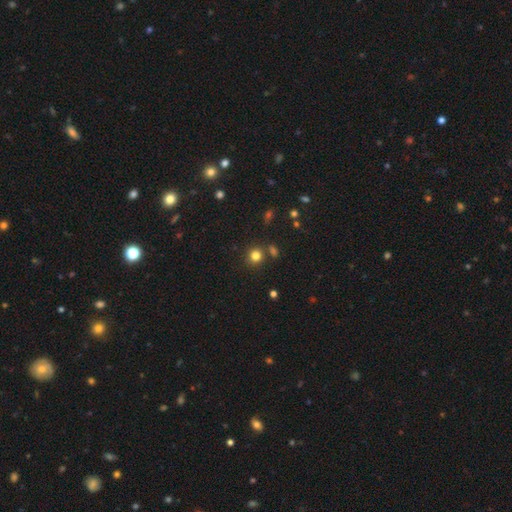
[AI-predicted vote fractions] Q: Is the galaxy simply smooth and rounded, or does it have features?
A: smooth — 79%.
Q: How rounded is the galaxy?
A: round — 89%.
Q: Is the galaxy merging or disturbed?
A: none — 81%.